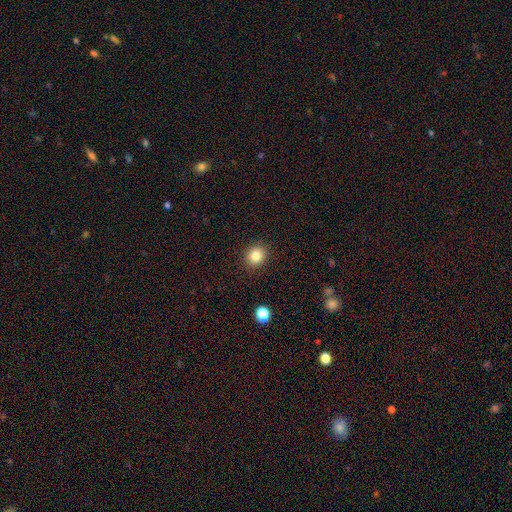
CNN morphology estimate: A smooth galaxy with no disk features (84%) that is round (78%).

Vote fractions:
- Smooth or featured? smooth: 84% / star or artifact: 11% / featured or disk: 6%
- How rounded? round: 78% / in between: 21% / cigar-shaped: 1%
- Merging? none: 90% / minor disturbance: 7% / major disturbance: 2% / merger: 1%